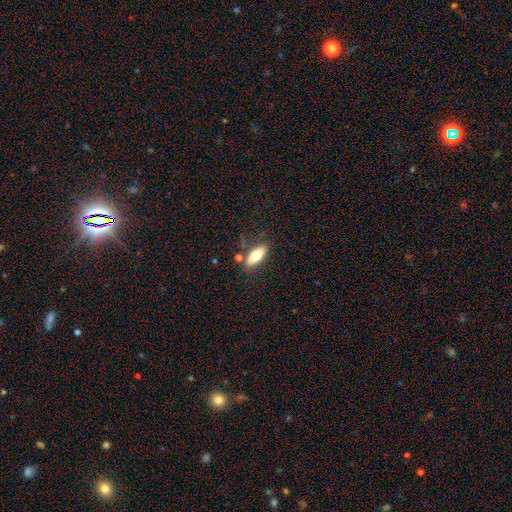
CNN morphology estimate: smooth 68%, featured or disk 25%, star or artifact 7%. Down the decision tree: how rounded — in between (76%); merging — none (73%).